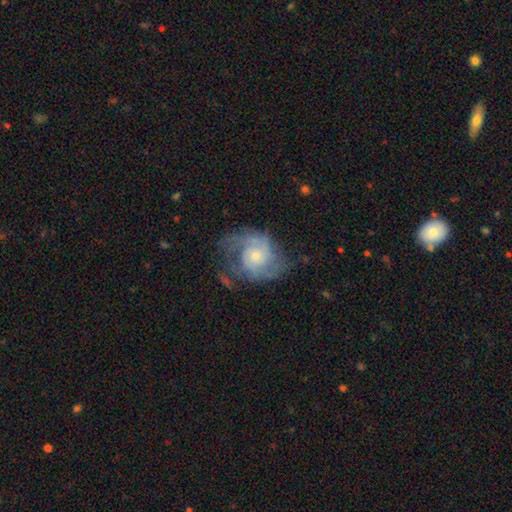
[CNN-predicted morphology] type=featured or disk (81%); edge-on=no (98%); bar=no (73%); spiral arms=yes (92%); winding=medium (45%); arm count=2 (59%); bulge=small (48%); merging=none (57%).